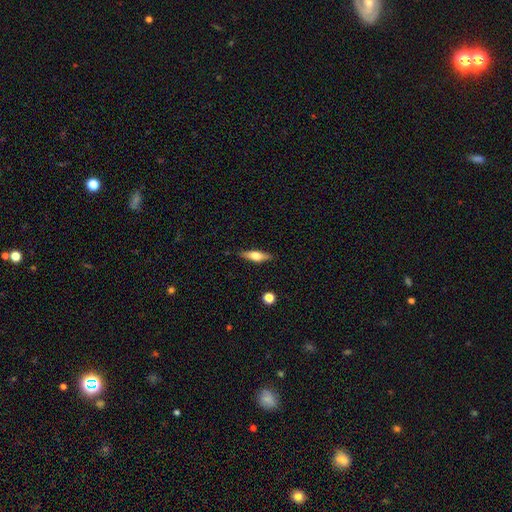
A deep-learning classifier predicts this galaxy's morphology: A smooth galaxy with no disk features (53%) that is cigar-shaped (53%).

Vote fractions:
- Smooth or featured? smooth: 53% / featured or disk: 40% / star or artifact: 7%
- How rounded? cigar-shaped: 53% / in between: 44% / round: 3%
- Merging? none: 85% / minor disturbance: 11% / major disturbance: 2% / merger: 2%